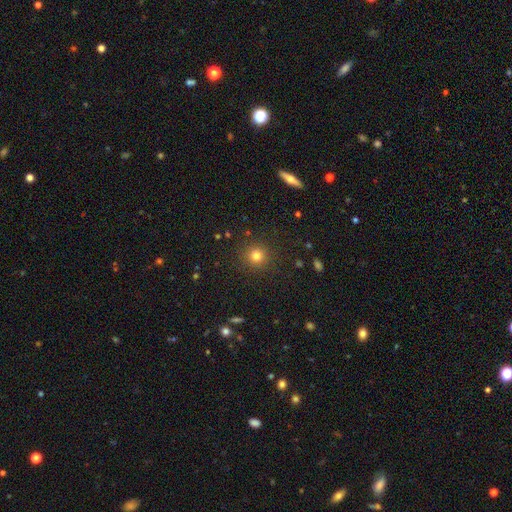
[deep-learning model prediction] Smooth or featured? Predicted: smooth (p=0.79). How rounded? Predicted: round (p=0.93). Merging? Predicted: none (p=0.89).